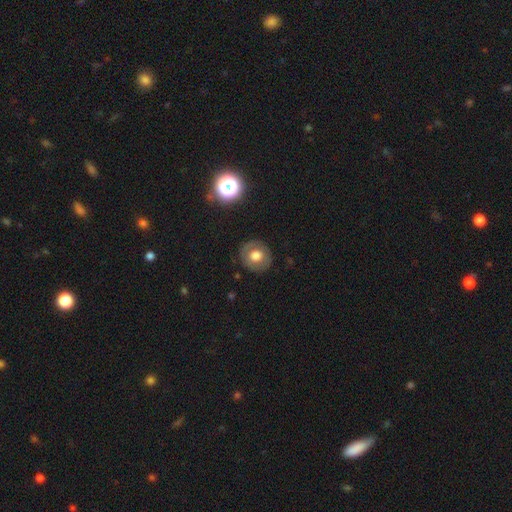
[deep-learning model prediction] A smooth galaxy with no disk features (62%) that is round (85%).

Vote fractions:
- Smooth or featured? smooth: 62% / featured or disk: 28% / star or artifact: 9%
- How rounded? round: 85% / in between: 14% / cigar-shaped: 1%
- Merging? none: 85% / minor disturbance: 10% / major disturbance: 4% / merger: 1%